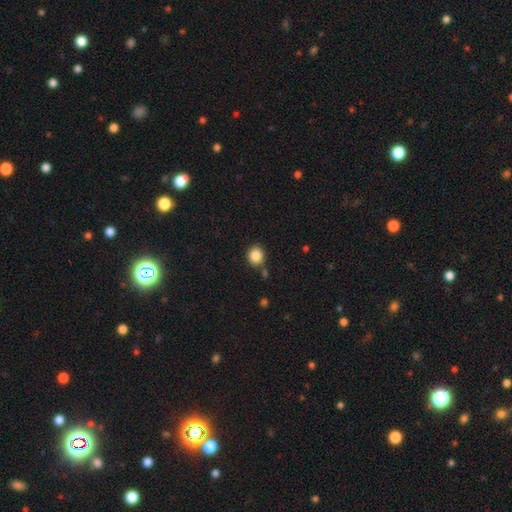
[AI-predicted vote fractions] This appears to be a smooth galaxy with no disk features (85%) that is round (81%). Merging: none (78%).